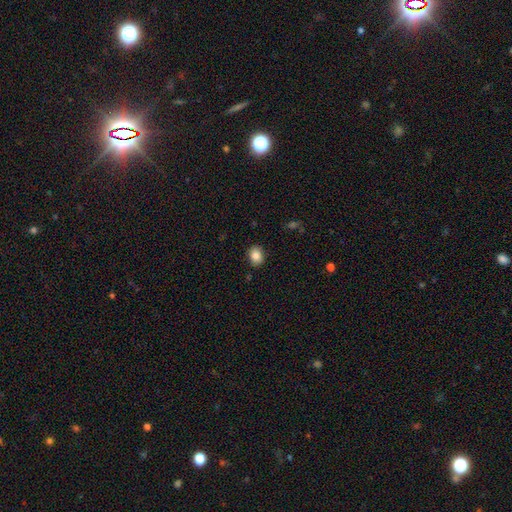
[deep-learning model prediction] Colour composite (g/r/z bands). It shows a smooth galaxy with no disk features (85%) that is in between round and cigar-shaped (51%). Merging: none (88%).